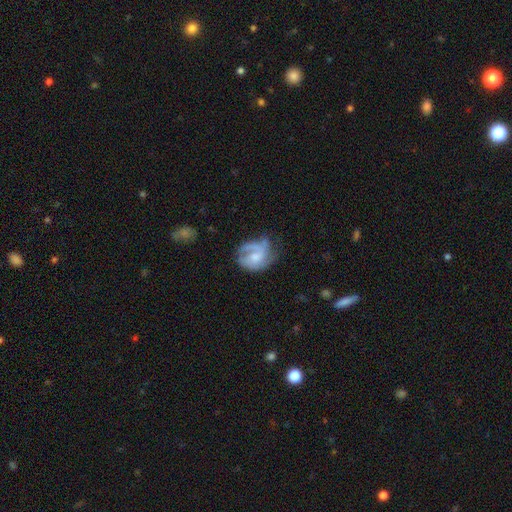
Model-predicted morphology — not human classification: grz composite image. It shows a featured or disk galaxy (65%) with no bar (60%), 2 (37%) medium (43%) spiral arms (84%) and a moderate central bulge (41%). Merging: none (44%).